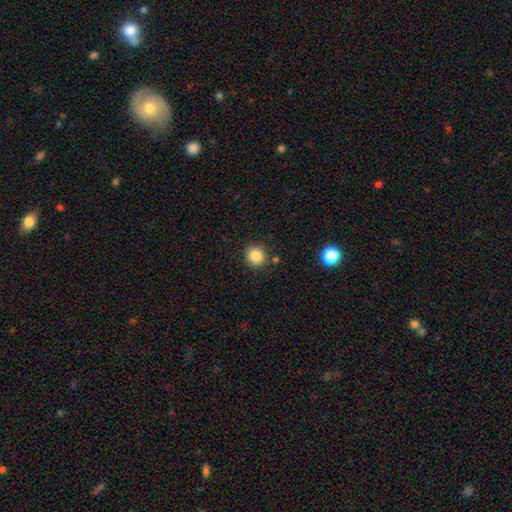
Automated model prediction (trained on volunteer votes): The model was most divided on "smooth or featured": smooth: 85%, star or artifact: 10%, featured or disk: 4%. More confident: how rounded — round (93%); merging — none (88%).